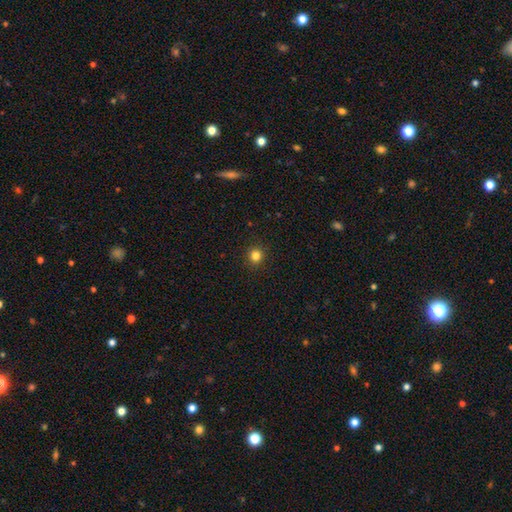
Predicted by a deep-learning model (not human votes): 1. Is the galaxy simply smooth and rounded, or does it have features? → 82% smooth, 14% star or artifact, 4% featured or disk.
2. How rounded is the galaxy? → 93% round, 6% in between, 1% cigar-shaped.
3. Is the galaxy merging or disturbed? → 92% none, 5% minor disturbance, 2% major disturbance, 1% merger.